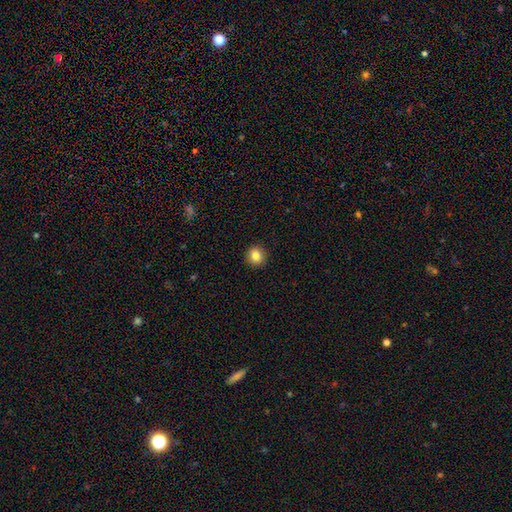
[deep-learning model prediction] A smooth galaxy with no disk features (84%) that is round (90%). Merging: none (92%).